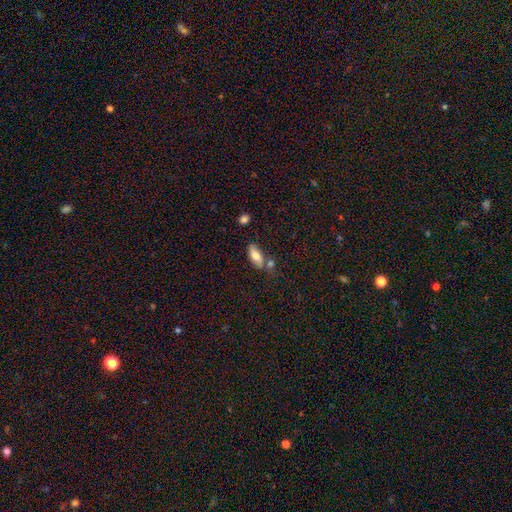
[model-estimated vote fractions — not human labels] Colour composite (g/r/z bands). It shows a smooth galaxy with no disk features (71%) that is in between round and cigar-shaped (80%). Merging: none (62%).